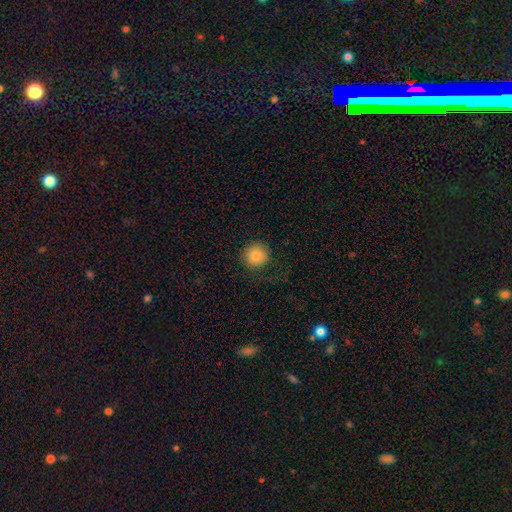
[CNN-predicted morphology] A smooth galaxy with no disk features (83%) that is round (94%).

Vote fractions:
- Smooth or featured? smooth: 83% / star or artifact: 10% / featured or disk: 7%
- How rounded? round: 94% / in between: 5% / cigar-shaped: 1%
- Merging? none: 83% / minor disturbance: 11% / major disturbance: 5% / merger: 1%